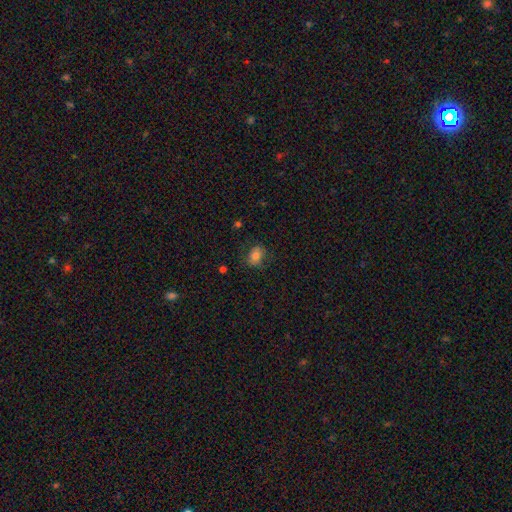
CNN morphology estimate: A smooth galaxy with no disk features (78%) that is in between round and cigar-shaped (55%). Merging: none (77%).